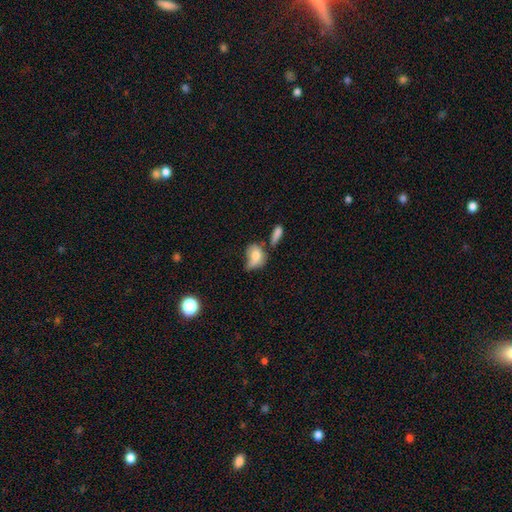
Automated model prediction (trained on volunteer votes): A smooth galaxy with no disk features (71%) that is in between round and cigar-shaped (64%). Merging: minor disturbance (32%).